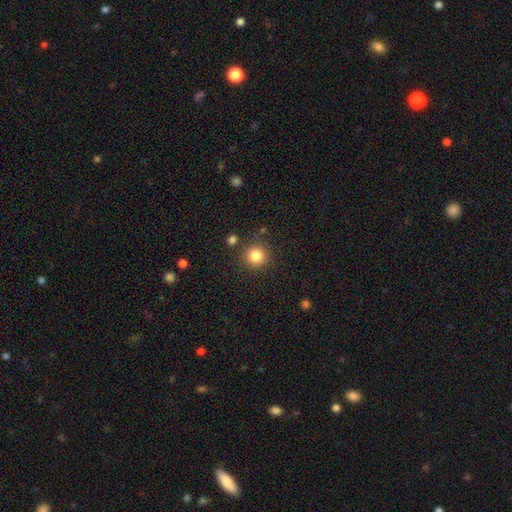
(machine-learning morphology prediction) The model was most divided on "smooth or featured": smooth: 85%, star or artifact: 11%, featured or disk: 5%. More confident: how rounded — round (93%); merging — none (86%).